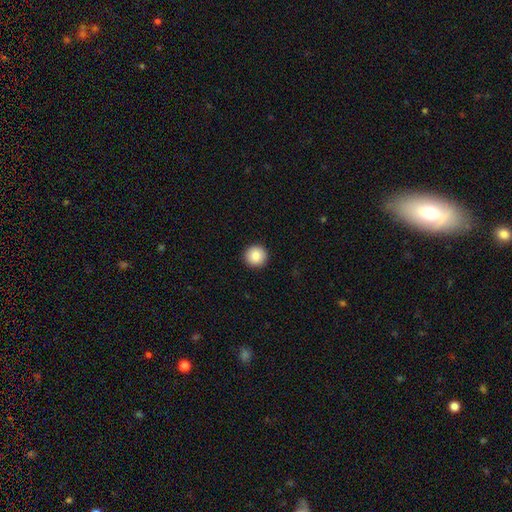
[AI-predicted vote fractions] Overall: smooth (85%). How rounded: round (96%). Merging: none (93%).